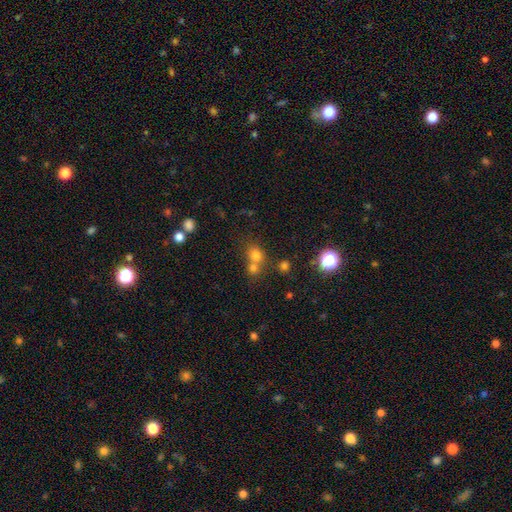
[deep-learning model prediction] A smooth galaxy with no disk features (71%) that is round (78%).

Vote fractions:
- Smooth or featured? smooth: 71% / star or artifact: 19% / featured or disk: 9%
- How rounded? round: 78% / in between: 21% / cigar-shaped: 1%
- Merging? merger: 47% / none: 43% / minor disturbance: 6% / major disturbance: 3%